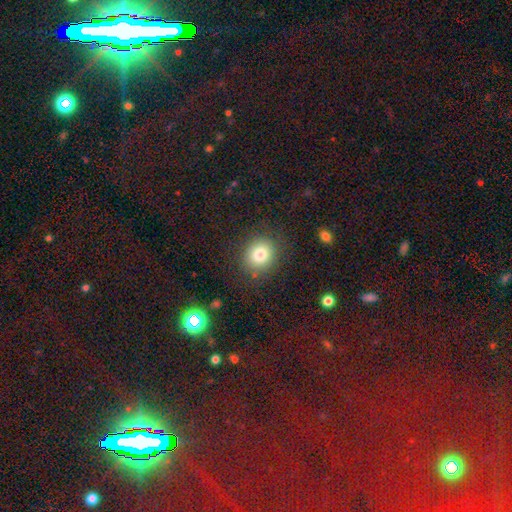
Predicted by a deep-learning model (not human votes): Smooth or featured?
  - smooth: 78% *
  - star or artifact: 14%
  - featured or disk: 8%
How rounded?
  - round: 77% *
  - in between: 22%
  - cigar-shaped: 1%
Merging?
  - none: 87% *
  - minor disturbance: 8%
  - major disturbance: 3%
  - merger: 2%